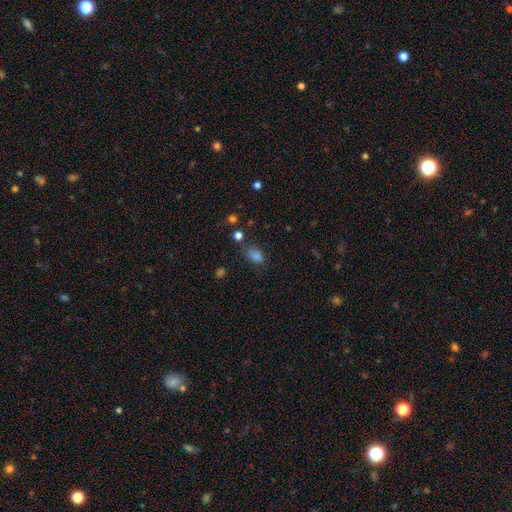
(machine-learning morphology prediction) Smooth or featured: smooth — 76% (star or artifact — 18%)
How rounded: in between — 80% (round — 18%)
Merging: none — 63% (minor disturbance — 23%)